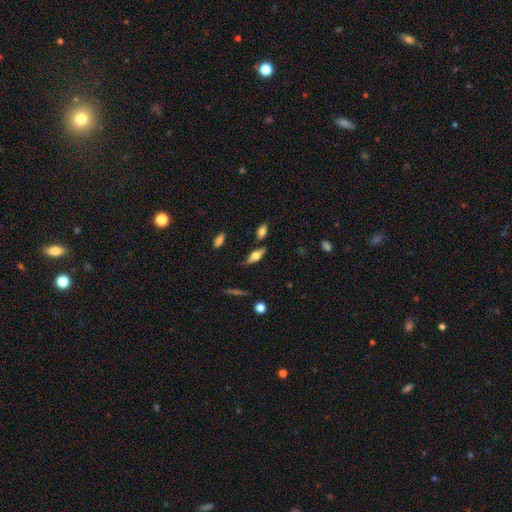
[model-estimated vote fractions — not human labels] Morphology: type=featured or disk (51%); edge-on=yes (90%); merging=none (74%).